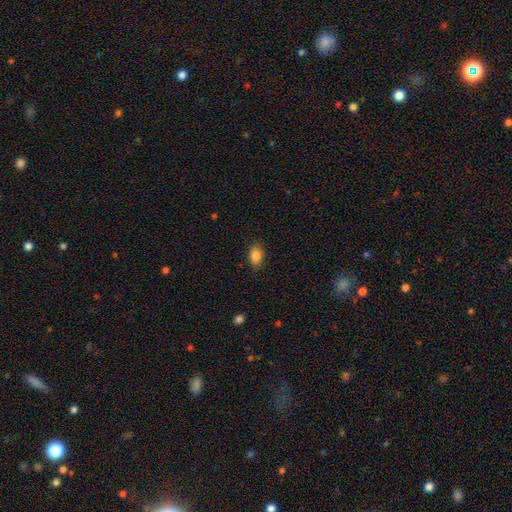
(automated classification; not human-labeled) A smooth galaxy with no disk features (86%) that is in between round and cigar-shaped (87%). Merging: none (86%).